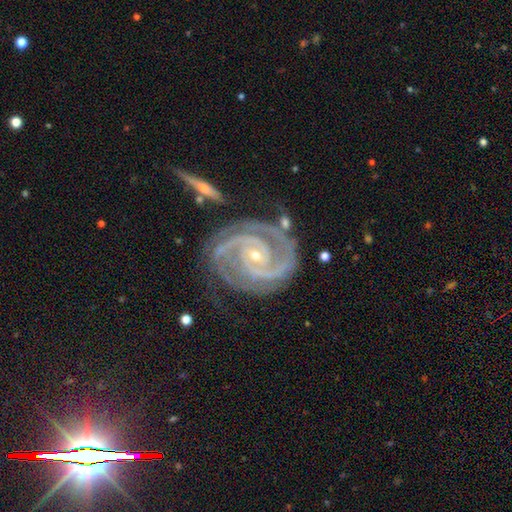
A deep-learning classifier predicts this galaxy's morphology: featured or disk 94%, star or artifact 4%, smooth 2%. Down the decision tree: edge-on disk — no (98%); bar — no (62%); spiral arms — yes (99%); spiral arm count — 2 (65%); spiral winding — tight (73%); bulge size — small (76%); merging — none (68%).